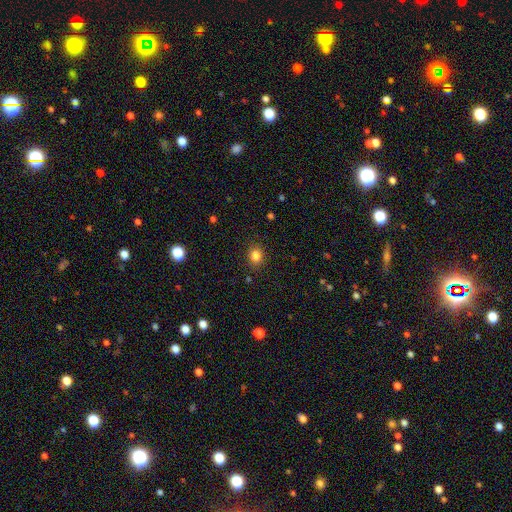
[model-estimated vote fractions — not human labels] Overall: smooth (83%). How rounded: round (67%; in between 33%). Merging: none (88%).